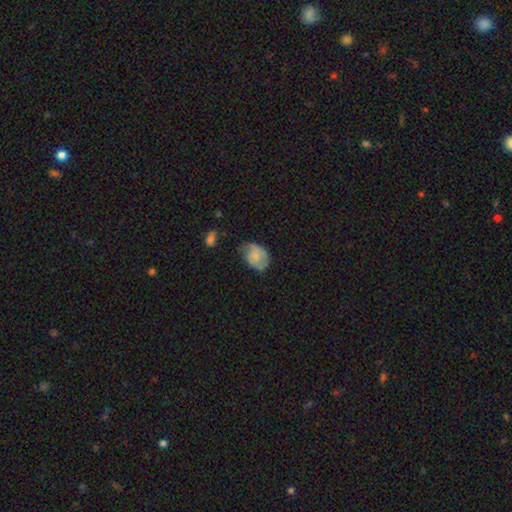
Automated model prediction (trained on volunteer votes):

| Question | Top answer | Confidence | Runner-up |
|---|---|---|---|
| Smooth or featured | smooth | 61% | featured or disk (32%) |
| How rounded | in between | 71% | round (27%) |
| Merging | none | 40% | minor disturbance (39%) |